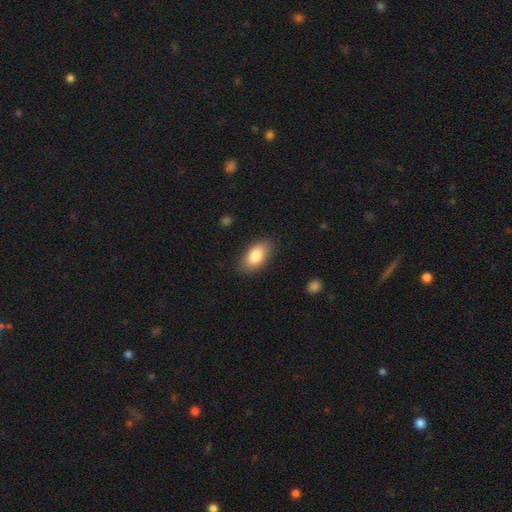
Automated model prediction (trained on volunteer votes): Smooth or featured? Predicted: smooth (p=0.83). How rounded? Predicted: in between (p=0.92). Merging? Predicted: none (p=0.84).